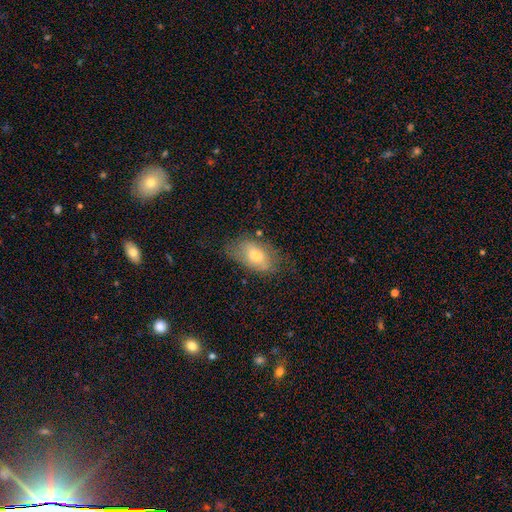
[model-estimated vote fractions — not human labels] A smooth galaxy with no disk features (63%) that is in between round and cigar-shaped (90%). Merging: none (60%).